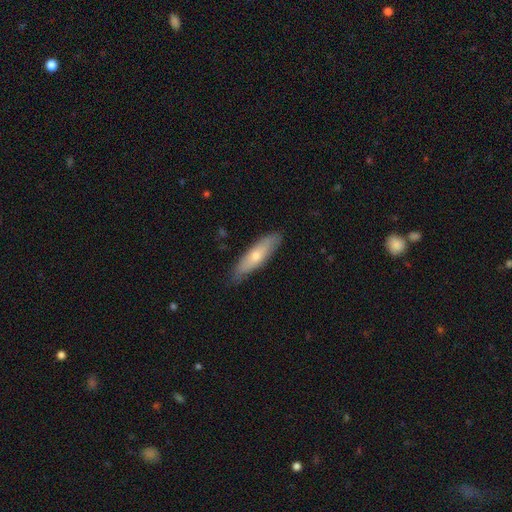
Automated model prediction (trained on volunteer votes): smooth 60%, featured or disk 34%, star or artifact 6%. Down the decision tree: how rounded — cigar-shaped (66%); merging — none (82%).